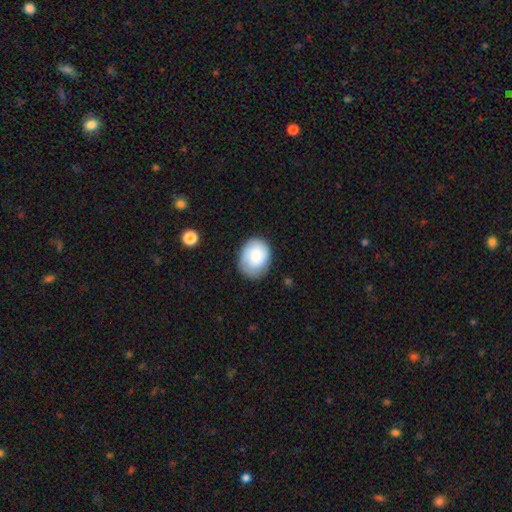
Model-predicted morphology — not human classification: Smooth or featured? Predicted: smooth (p=0.81). How rounded? Predicted: in between (p=0.54). Merging? Predicted: none (p=0.74).